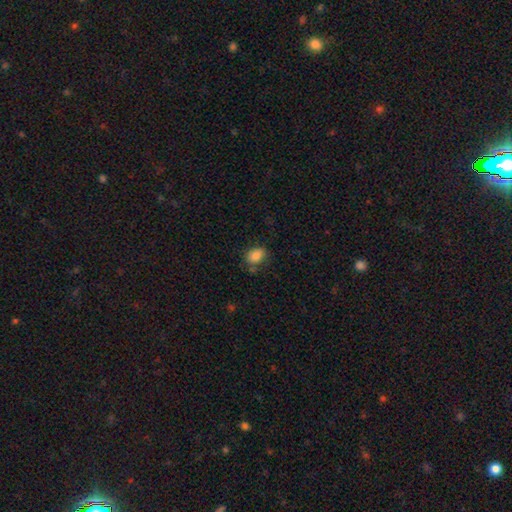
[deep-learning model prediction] A smooth galaxy with no disk features (85%) that is in between round and cigar-shaped (74%). Merging: none (68%).